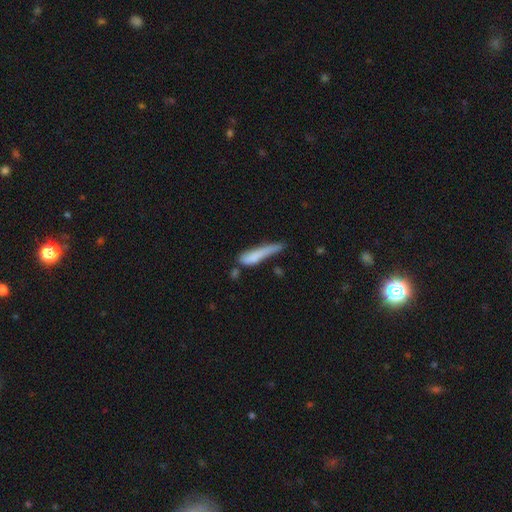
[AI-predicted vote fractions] Overall: smooth (71%). How rounded: cigar-shaped (87%). Merging: none (38%; minor disturbance 31%).